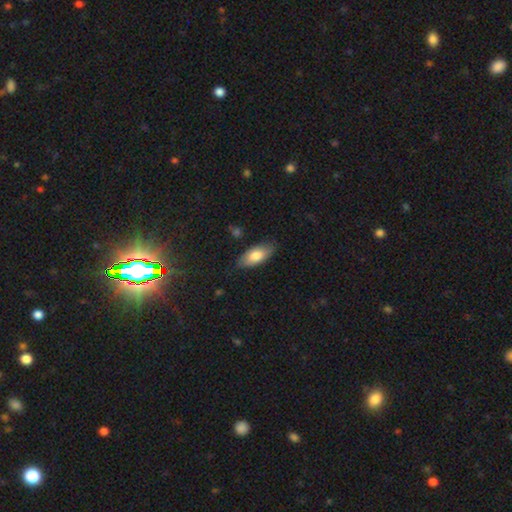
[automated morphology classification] A smooth galaxy with no disk features (76%) that is in between round and cigar-shaped (89%). Merging: none (80%).